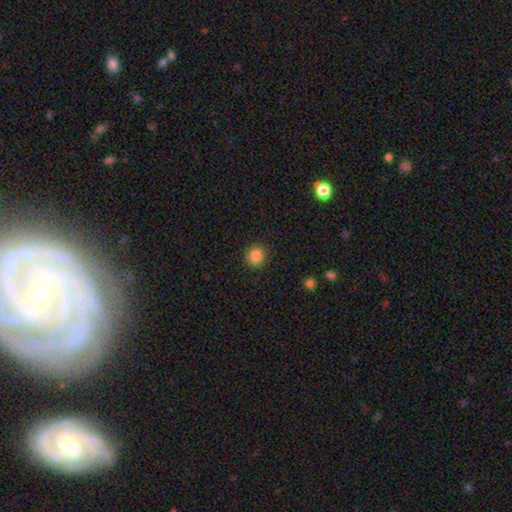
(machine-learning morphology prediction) Q: Smooth or featured?
A: smooth (86%); runner-up: star or artifact (10%)
Q: How rounded?
A: round (86%); runner-up: in between (13%)
Q: Merging?
A: none (90%); runner-up: minor disturbance (7%)